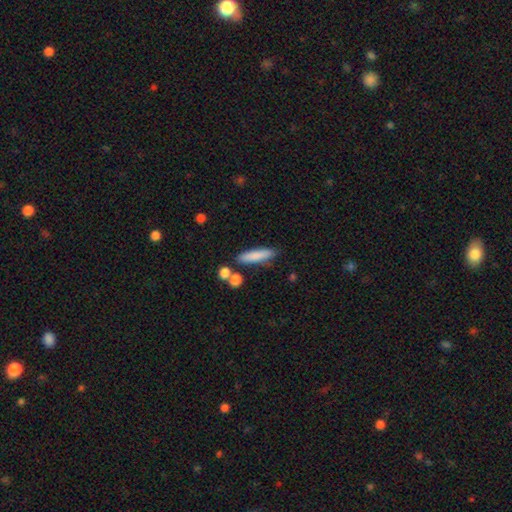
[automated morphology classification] Overall: smooth (81%). How rounded: cigar-shaped (76%). Merging: none (77%).